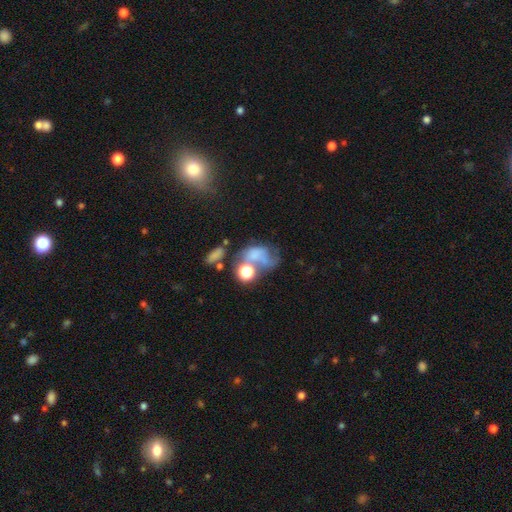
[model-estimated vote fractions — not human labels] Q: Smooth or featured?
A: smooth (50%); runner-up: featured or disk (31%)
Q: How rounded?
A: in between (66%); runner-up: round (32%)
Q: Merging?
A: major disturbance (32%); tied with: merger (32%)